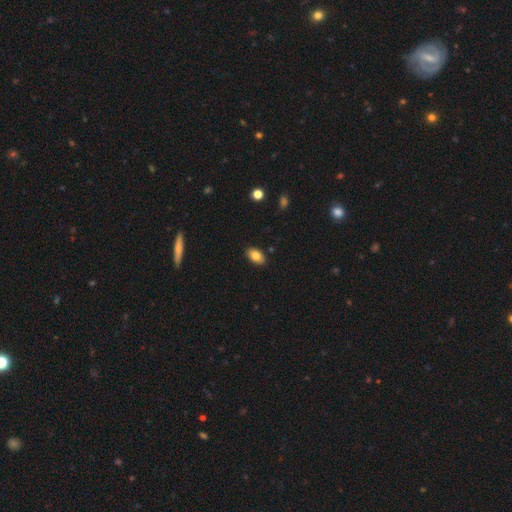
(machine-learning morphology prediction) The model was most divided on "smooth or featured": smooth: 83%, featured or disk: 10%, star or artifact: 8%. More confident: how rounded — in between (92%); merging — none (88%).